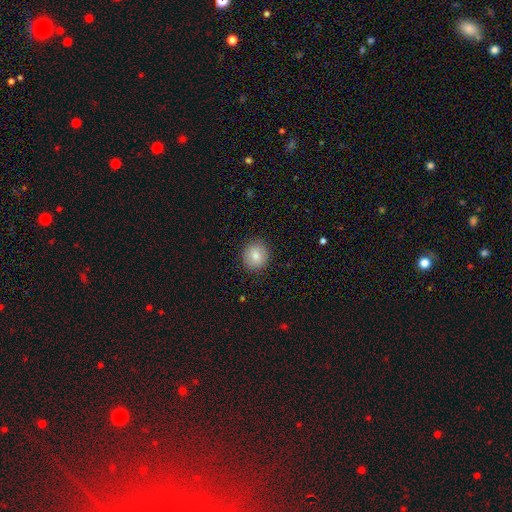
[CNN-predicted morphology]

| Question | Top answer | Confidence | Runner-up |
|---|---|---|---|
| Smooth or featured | smooth | 82% | featured or disk (9%) |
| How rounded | round | 87% | in between (12%) |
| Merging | none | 90% | minor disturbance (7%) |